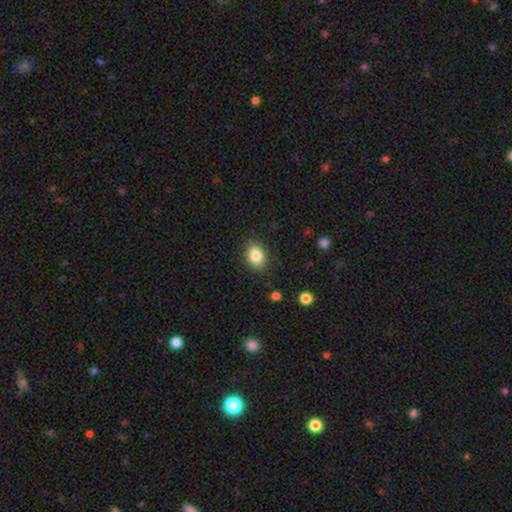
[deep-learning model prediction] Q: Smooth or featured?
A: smooth (85%); runner-up: star or artifact (8%)
Q: How rounded?
A: in between (72%); runner-up: round (26%)
Q: Merging?
A: none (86%); runner-up: minor disturbance (10%)